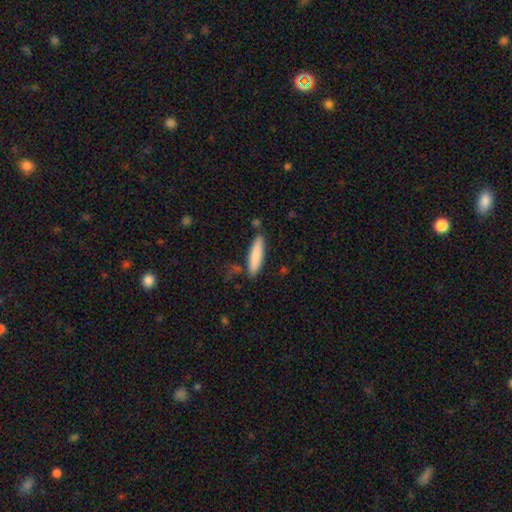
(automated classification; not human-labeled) A smooth galaxy with no disk features (83%) that is cigar-shaped (79%). Merging: none (81%).